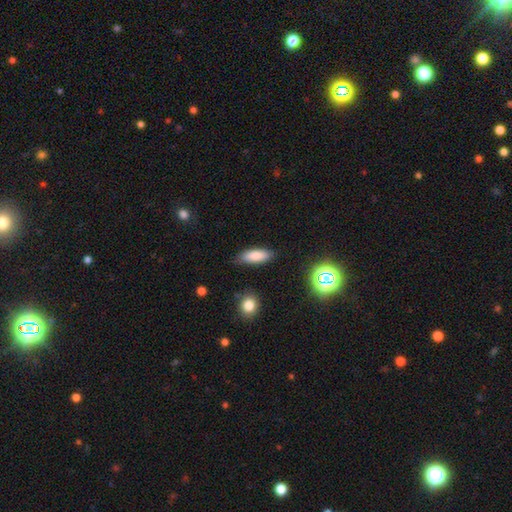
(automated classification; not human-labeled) smooth 83%, star or artifact 9%, featured or disk 8%. Down the decision tree: how rounded — in between (69%); merging — none (81%).